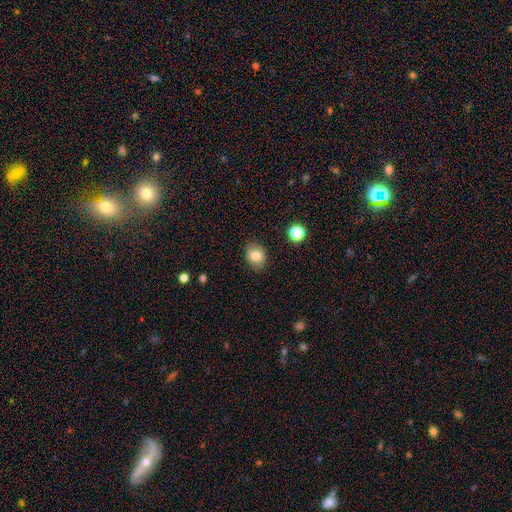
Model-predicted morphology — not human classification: Smooth or featured? smooth (80%)
How rounded? round (52%)
Merging? none (85%)